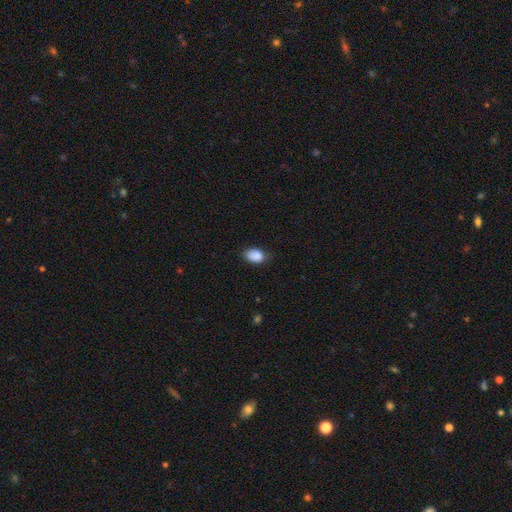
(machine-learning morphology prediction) This is clearly a smooth galaxy (88%). How rounded: clearly in between (84%). Merging: likely none (70%).